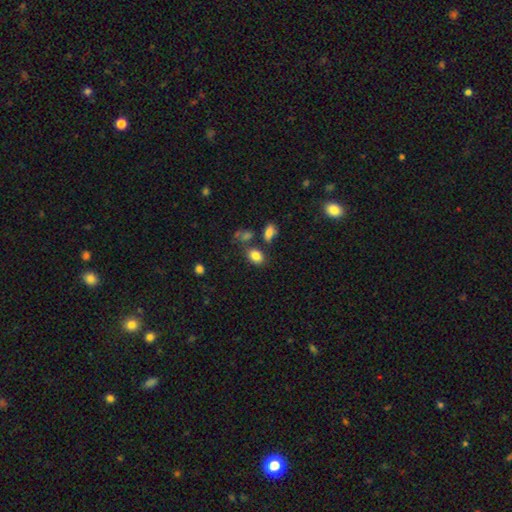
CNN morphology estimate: A smooth galaxy with no disk features (83%) that is in between round and cigar-shaped (77%). Merging: none (69%).